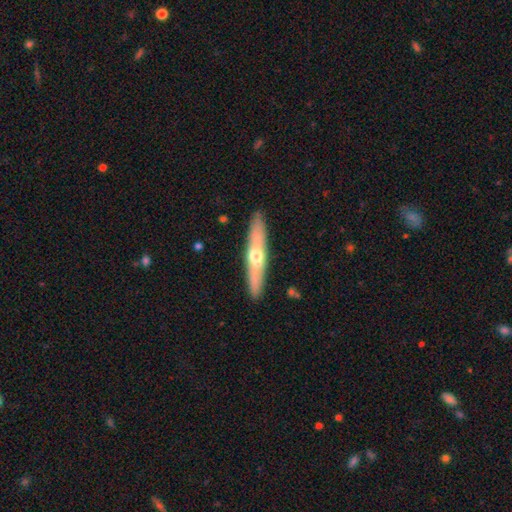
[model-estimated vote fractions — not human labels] A featured or disk galaxy (52%) viewed edge-on (82%).

Vote fractions:
- Smooth or featured? featured or disk: 52% / smooth: 43% / star or artifact: 5%
- Edge-on disk? yes: 82% / no: 18%
- Merging? none: 87% / minor disturbance: 9% / major disturbance: 2% / merger: 2%